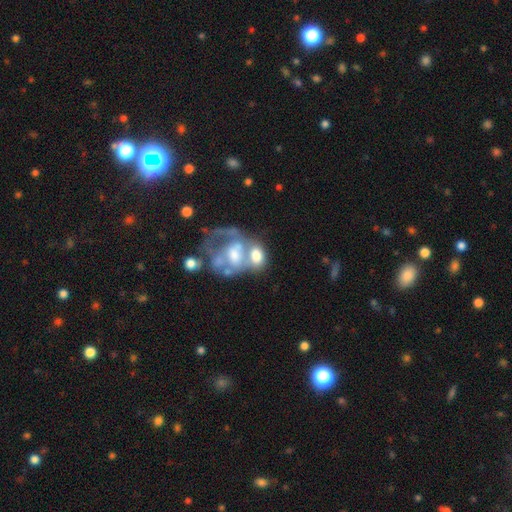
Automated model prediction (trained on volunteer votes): A featured or disk galaxy (47%).

Vote fractions:
- Smooth or featured? featured or disk: 47% / smooth: 42% / star or artifact: 11%
- Merging? merger: 62% / major disturbance: 16% / none: 14% / minor disturbance: 8%